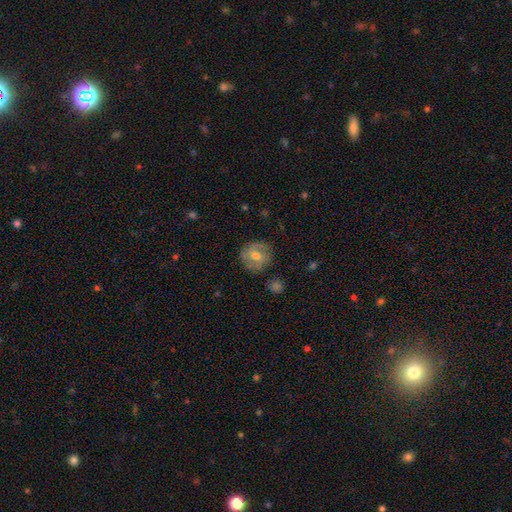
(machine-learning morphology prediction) Overall: featured or disk (48%; smooth 44%). Merging: none (80%).